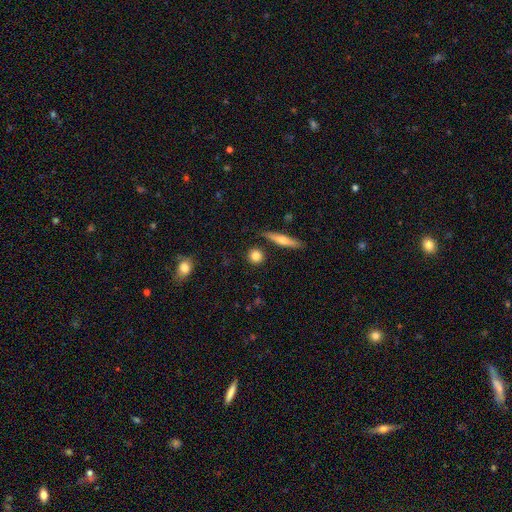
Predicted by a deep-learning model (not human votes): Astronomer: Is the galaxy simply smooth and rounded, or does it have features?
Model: smooth — 82%.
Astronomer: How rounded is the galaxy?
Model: round — 83%.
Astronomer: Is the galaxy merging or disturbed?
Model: none — 84%.